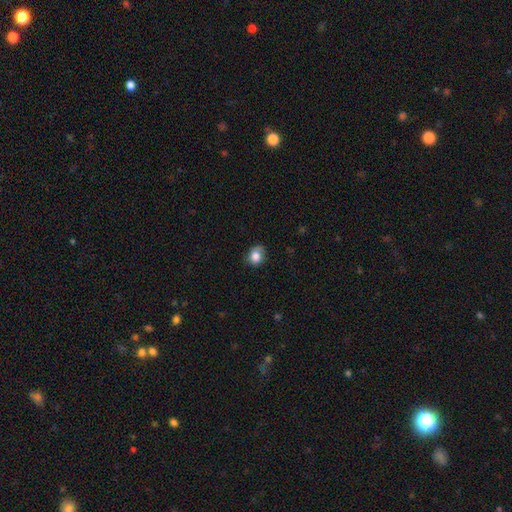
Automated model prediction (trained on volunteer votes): This is clearly a smooth galaxy (81%). How rounded: possibly round (57%). Merging: likely none (65%).